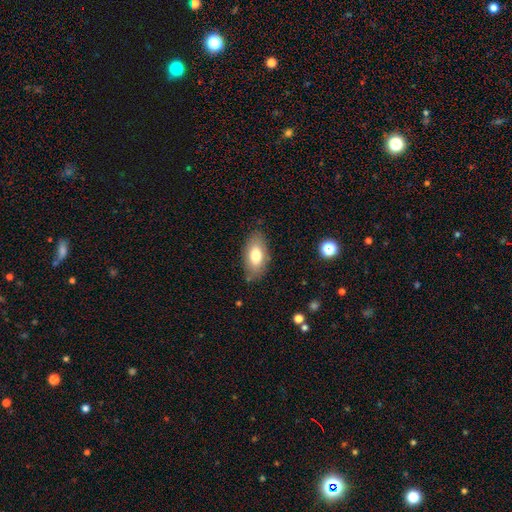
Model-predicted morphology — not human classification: Smooth or featured: smooth — 75% (featured or disk — 18%)
How rounded: in between — 91% (cigar-shaped — 5%)
Merging: none — 80% (minor disturbance — 15%)